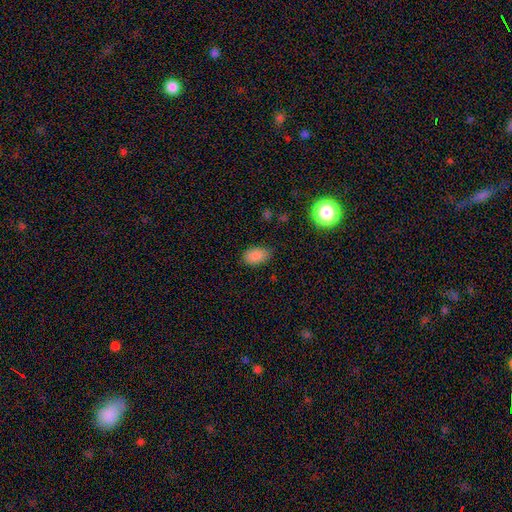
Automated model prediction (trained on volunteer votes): smooth 86%, star or artifact 10%, featured or disk 4%. Down the decision tree: how rounded — in between (91%); merging — none (79%).